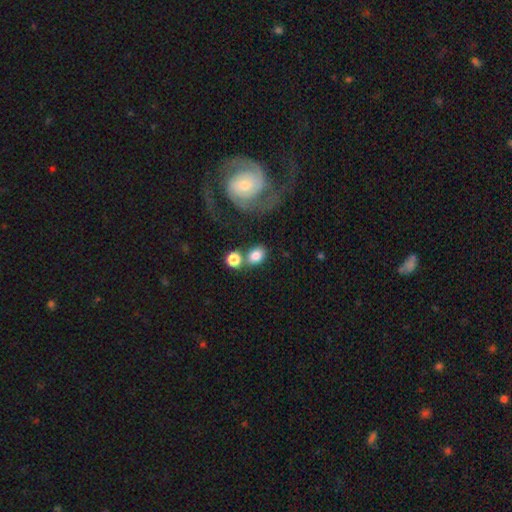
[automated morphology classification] Smooth or featured? Predicted: smooth (p=0.80). How rounded? Predicted: in between (p=0.61). Merging? Predicted: none (p=0.48).